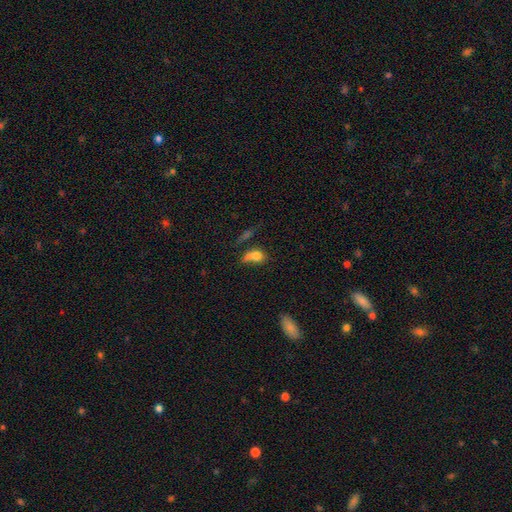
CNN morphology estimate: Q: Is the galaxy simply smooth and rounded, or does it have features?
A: smooth — 71%.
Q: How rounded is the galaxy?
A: in between — 61%.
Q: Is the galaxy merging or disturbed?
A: none — 32%.